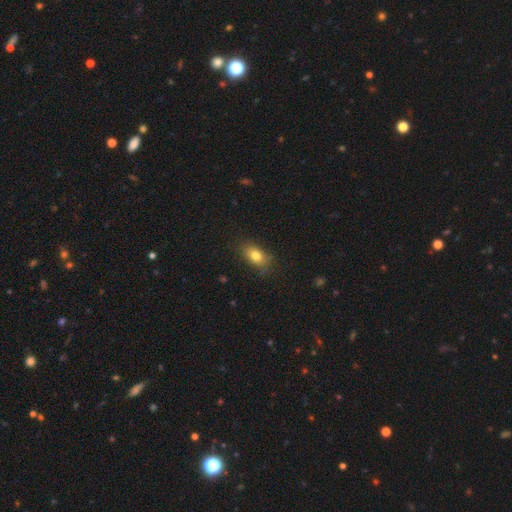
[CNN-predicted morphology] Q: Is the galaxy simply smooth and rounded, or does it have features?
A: smooth — 80%.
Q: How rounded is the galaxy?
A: in between — 83%.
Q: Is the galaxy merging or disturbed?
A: none — 79%.